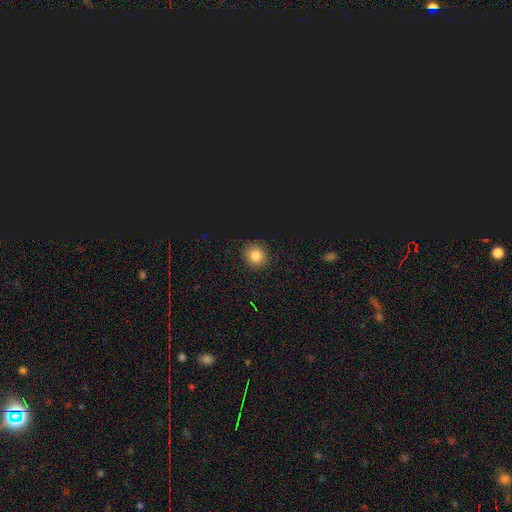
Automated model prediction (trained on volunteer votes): A smooth galaxy with no disk features (79%) that is round (88%).

Vote fractions:
- Smooth or featured? smooth: 79% / star or artifact: 15% / featured or disk: 5%
- How rounded? round: 88% / in between: 11% / cigar-shaped: 1%
- Merging? none: 91% / minor disturbance: 6% / major disturbance: 2% / merger: 1%